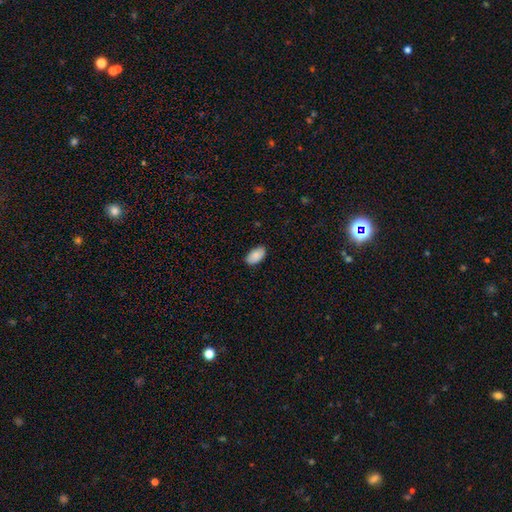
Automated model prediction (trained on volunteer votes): This is clearly a smooth galaxy (87%). How rounded: clearly in between (95%). Merging: clearly none (85%).